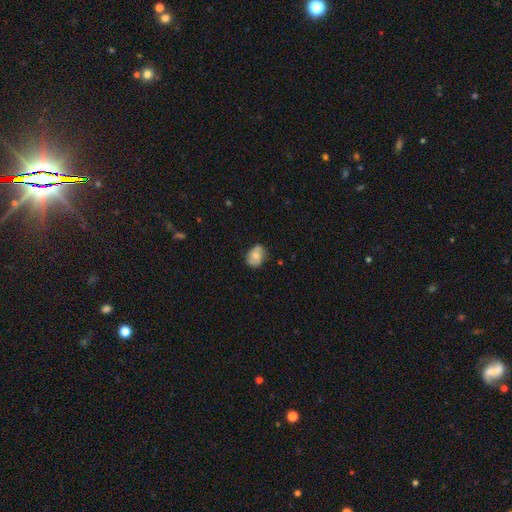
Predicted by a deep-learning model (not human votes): smooth-or-featured: smooth: 70% | featured or disk: 22% | star or artifact: 8%
  how-rounded: in between: 67% | round: 32% | cigar-shaped: 1%
  merging: none: 68% | minor disturbance: 25% | major disturbance: 5% | merger: 2%